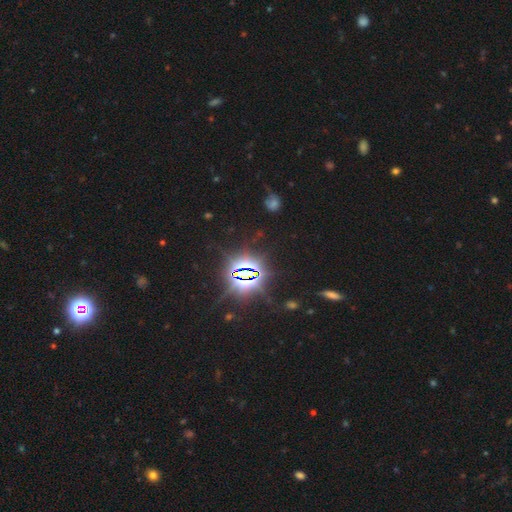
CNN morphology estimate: This is clearly a star or artifact rather than a galaxy (84%).